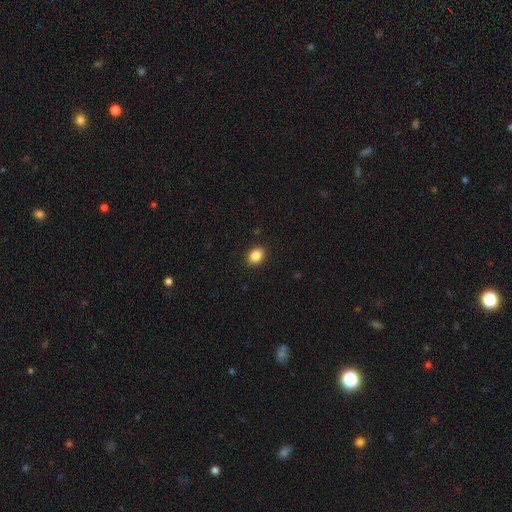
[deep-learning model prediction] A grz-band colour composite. It shows a smooth galaxy with no disk features (87%) that is in between round and cigar-shaped (56%). Merging: none (91%).